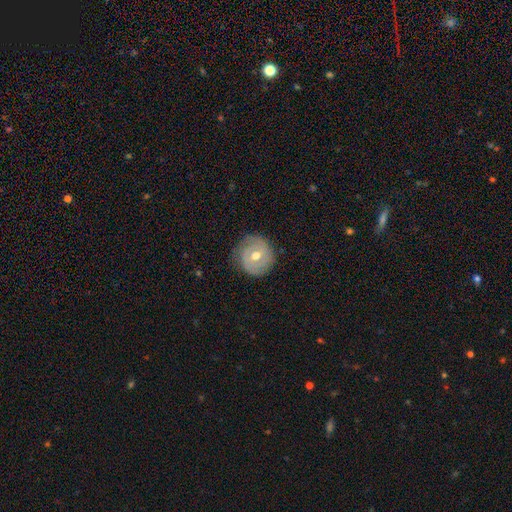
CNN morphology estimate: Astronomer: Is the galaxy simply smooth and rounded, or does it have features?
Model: featured or disk — 57% (runner-up: smooth, 36%).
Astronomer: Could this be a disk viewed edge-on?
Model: no — 96%.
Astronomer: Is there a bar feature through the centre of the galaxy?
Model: no — 64%.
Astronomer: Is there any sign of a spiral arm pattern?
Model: yes — 64%.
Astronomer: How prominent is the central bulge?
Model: moderate — 78%.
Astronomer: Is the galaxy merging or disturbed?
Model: none — 79%.